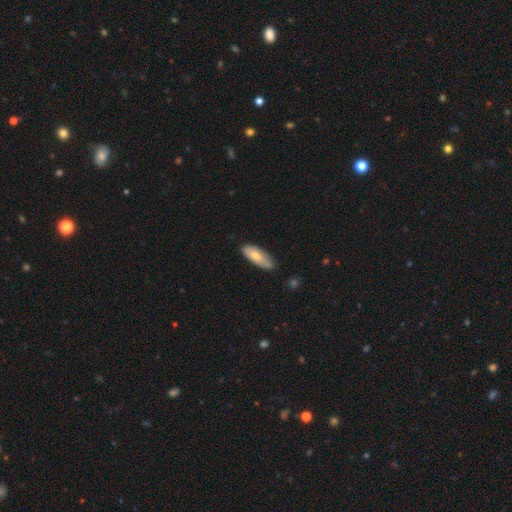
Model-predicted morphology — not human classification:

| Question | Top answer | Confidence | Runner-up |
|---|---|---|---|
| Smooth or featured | smooth | 73% | featured or disk (21%) |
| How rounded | in between | 73% | cigar-shaped (25%) |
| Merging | none | 76% | minor disturbance (20%) |